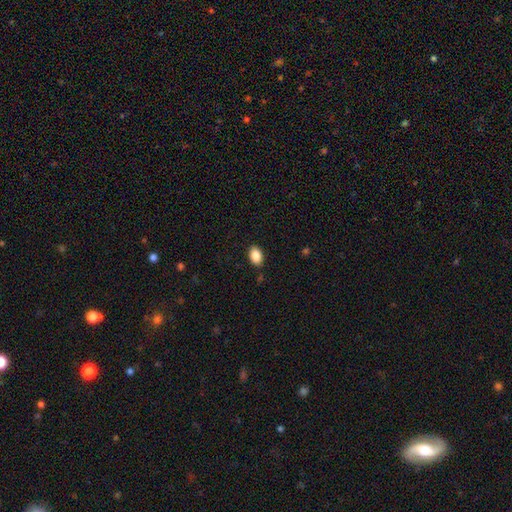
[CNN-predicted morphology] smooth-or-featured: smooth: 88% | star or artifact: 8% | featured or disk: 5%
  how-rounded: in between: 88% | round: 11% | cigar-shaped: 1%
  merging: none: 87% | minor disturbance: 9% | major disturbance: 2% | merger: 1%